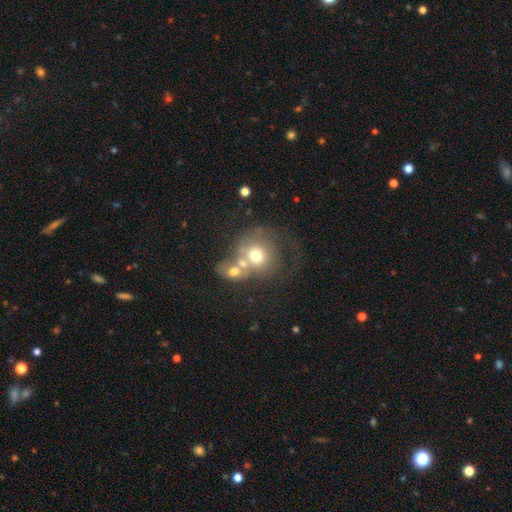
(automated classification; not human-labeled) A smooth galaxy with no disk features (58%) that is round (77%).

Vote fractions:
- Smooth or featured? smooth: 58% / featured or disk: 29% / star or artifact: 13%
- How rounded? round: 77% / in between: 22% / cigar-shaped: 1%
- Merging? merger: 50% / none: 25% / major disturbance: 14% / minor disturbance: 10%